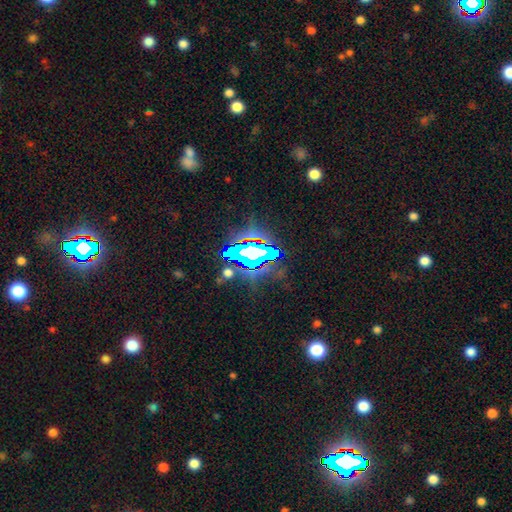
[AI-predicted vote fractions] smooth_or_featured: star or artifact (p=0.75) [alt: smooth p=0.12]